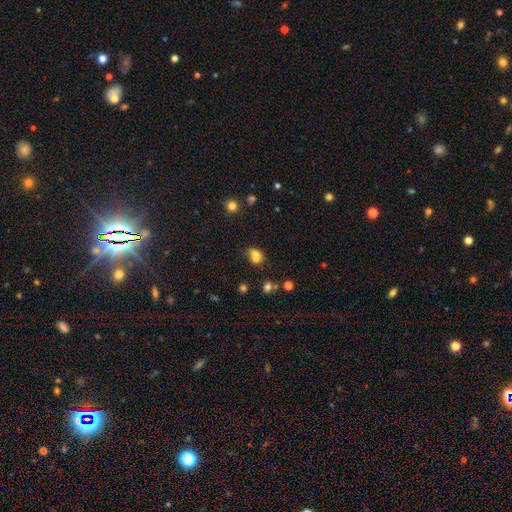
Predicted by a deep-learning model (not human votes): A smooth galaxy with no disk features (69%) that is round (50%).

Vote fractions:
- Smooth or featured? smooth: 69% / star or artifact: 16% / featured or disk: 15%
- How rounded? round: 50% / in between: 49% / cigar-shaped: 1%
- Merging? merger: 51% / none: 33% / minor disturbance: 11% / major disturbance: 5%